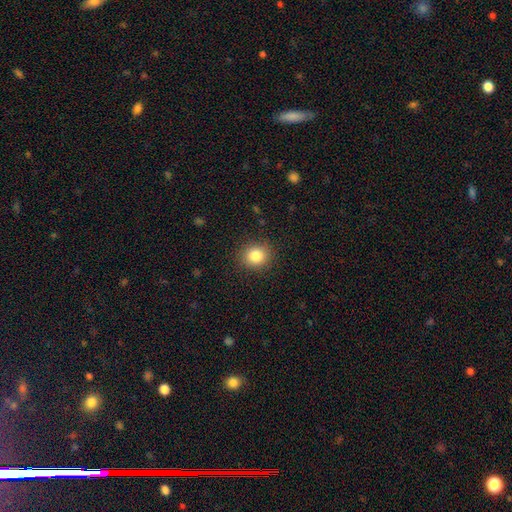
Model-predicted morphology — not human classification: type=smooth (84%); roundness=round (81%); merging=none (88%).